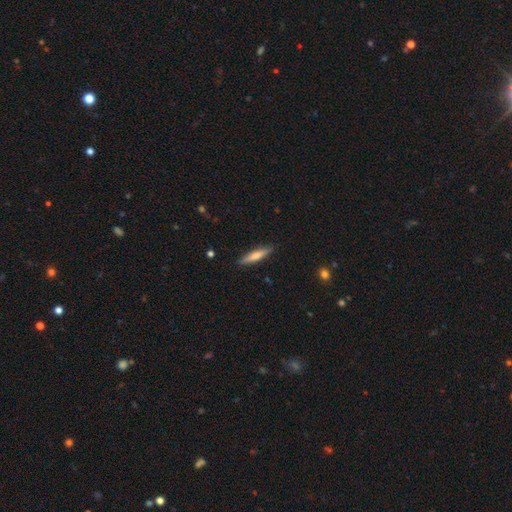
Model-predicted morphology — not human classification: Q: Smooth or featured?
A: smooth (59%); runner-up: featured or disk (35%)
Q: How rounded?
A: cigar-shaped (86%); runner-up: in between (12%)
Q: Merging?
A: none (89%); runner-up: minor disturbance (8%)